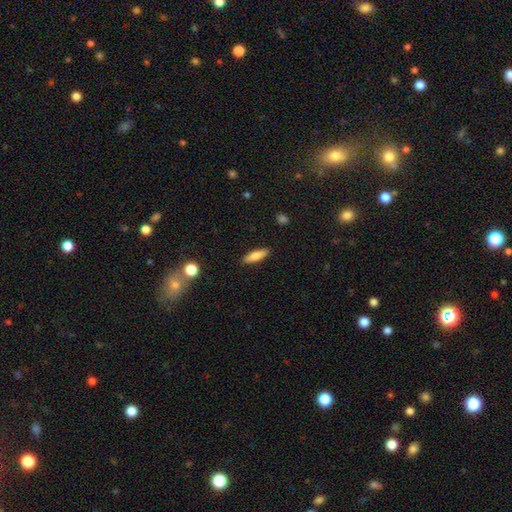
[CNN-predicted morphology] Smooth or featured?
  - smooth: 75% *
  - featured or disk: 18%
  - star or artifact: 7%
How rounded?
  - cigar-shaped: 58% *
  - in between: 40%
  - round: 2%
Merging?
  - none: 89% *
  - minor disturbance: 8%
  - major disturbance: 2%
  - merger: 1%